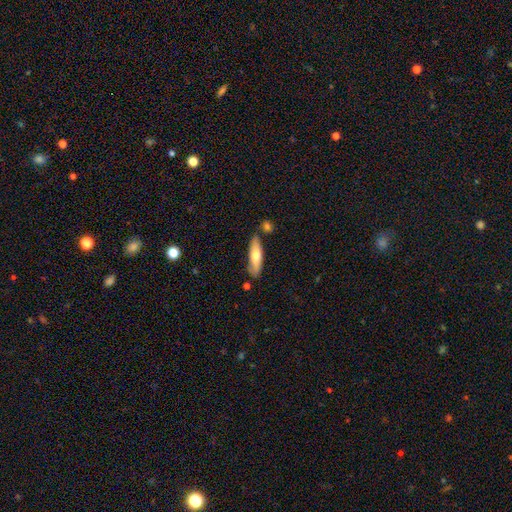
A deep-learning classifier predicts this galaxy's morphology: This appears to be a smooth galaxy with no disk features (66%) that is cigar-shaped (59%). Merging: none (76%).